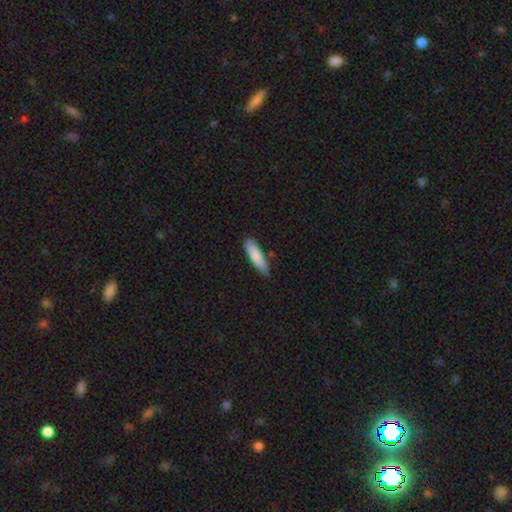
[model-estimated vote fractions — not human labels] smooth_or_featured: smooth (p=0.84) [alt: featured or disk p=0.10]
how_rounded: cigar-shaped (p=0.68) [alt: in between p=0.31]
merging: none (p=0.77) [alt: minor disturbance p=0.18]